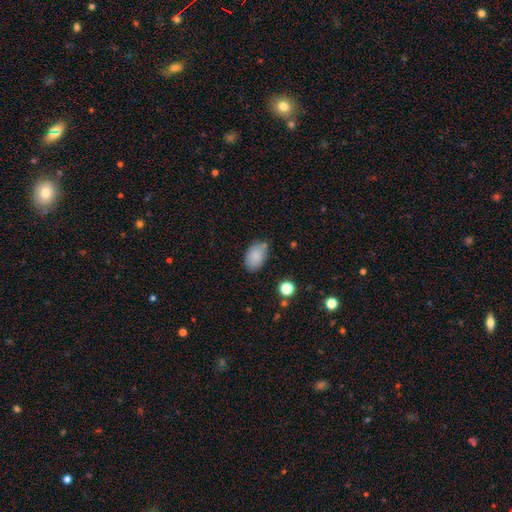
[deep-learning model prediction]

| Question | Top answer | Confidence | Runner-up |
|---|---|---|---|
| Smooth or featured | smooth | 86% | star or artifact (8%) |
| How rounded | in between | 91% | round (7%) |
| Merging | none | 69% | minor disturbance (22%) |